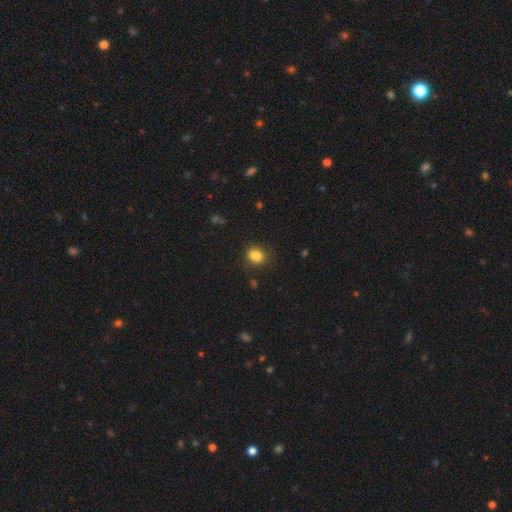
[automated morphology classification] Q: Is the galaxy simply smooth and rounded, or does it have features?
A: smooth — 81%.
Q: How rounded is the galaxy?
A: in between — 51%.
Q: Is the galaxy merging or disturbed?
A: none — 67%.